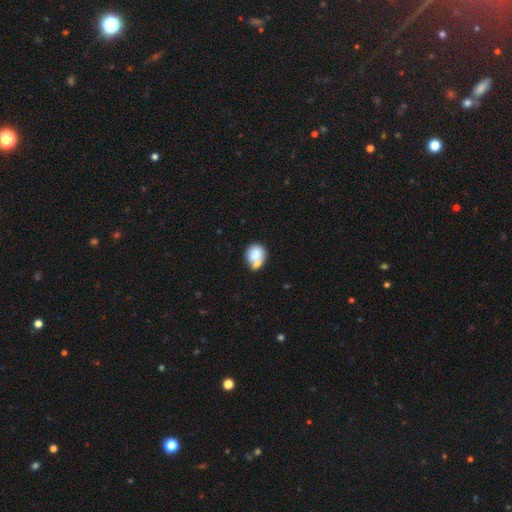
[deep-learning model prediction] Smooth or featured?
  - smooth: 73% *
  - featured or disk: 18%
  - star or artifact: 9%
How rounded?
  - round: 66% *
  - in between: 33%
  - cigar-shaped: 1%
Merging?
  - merger: 40% *
  - none: 39%
  - minor disturbance: 15%
  - major disturbance: 6%